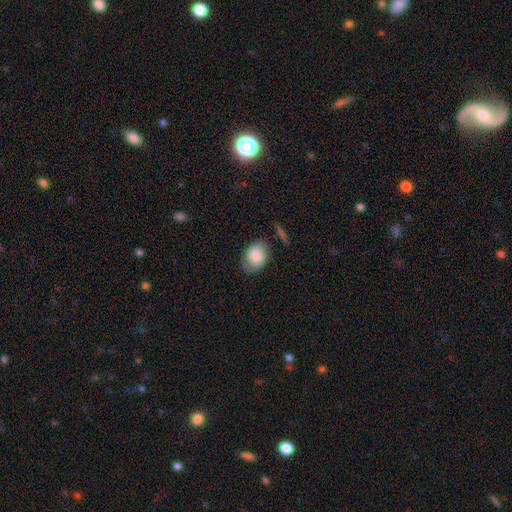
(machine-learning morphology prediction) smooth_or_featured: smooth (p=0.79) [alt: featured or disk p=0.14]
how_rounded: in between (p=0.73) [alt: round p=0.26]
merging: none (p=0.69) [alt: minor disturbance p=0.22]